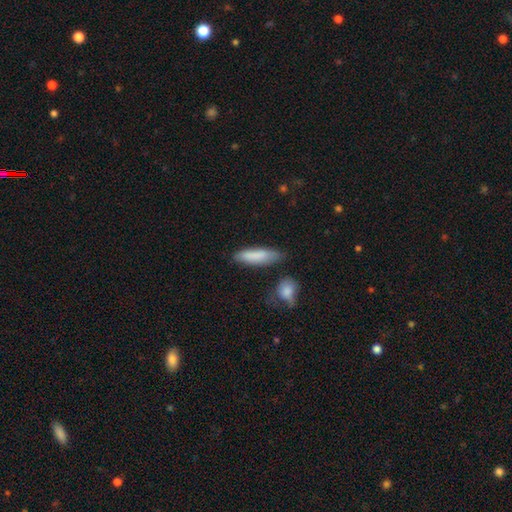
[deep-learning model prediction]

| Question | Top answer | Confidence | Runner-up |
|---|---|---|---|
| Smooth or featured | smooth | 83% | featured or disk (11%) |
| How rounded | cigar-shaped | 64% | in between (34%) |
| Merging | none | 70% | minor disturbance (19%) |